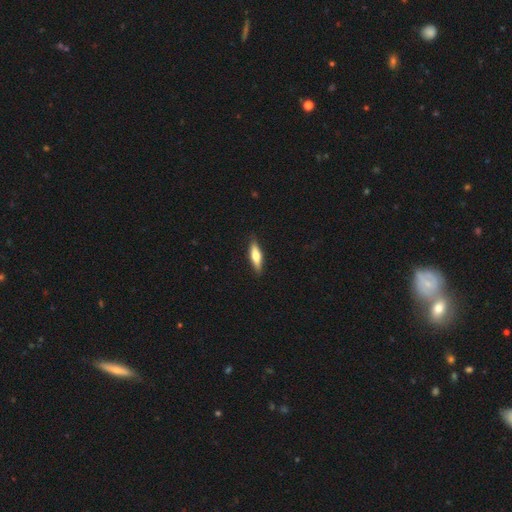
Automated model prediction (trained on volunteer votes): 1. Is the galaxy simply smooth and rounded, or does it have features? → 61% smooth, 34% featured or disk, 6% star or artifact.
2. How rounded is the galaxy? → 66% cigar-shaped, 32% in between, 2% round.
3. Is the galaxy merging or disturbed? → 88% none, 10% minor disturbance, 2% major disturbance, 1% merger.